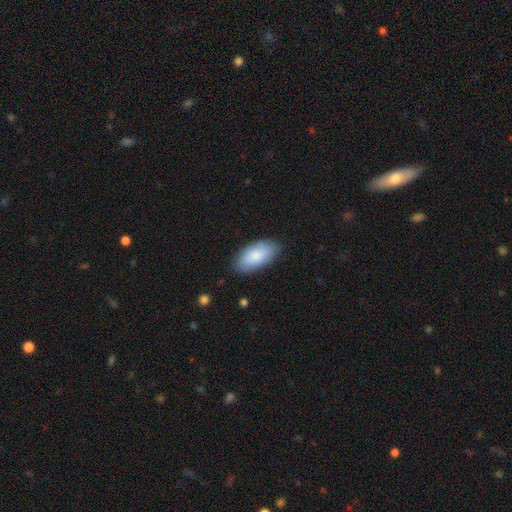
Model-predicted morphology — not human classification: smooth_or_featured: smooth (p=0.84) [alt: featured or disk p=0.10]
how_rounded: in between (p=0.94) [alt: cigar-shaped p=0.04]
merging: none (p=0.83) [alt: minor disturbance p=0.13]